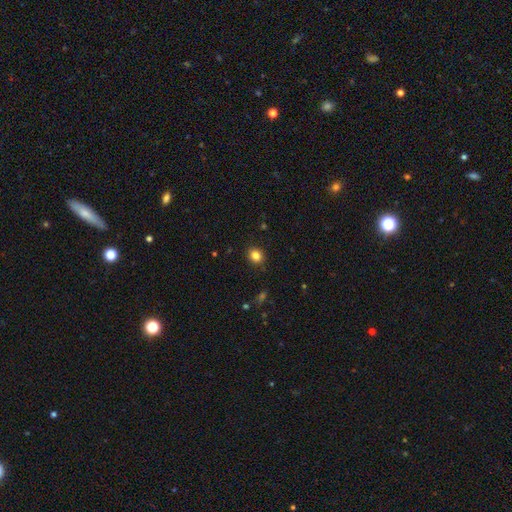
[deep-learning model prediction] Smooth or featured: smooth — 83% (star or artifact — 12%)
How rounded: round — 71% (in between — 28%)
Merging: none — 89% (minor disturbance — 8%)